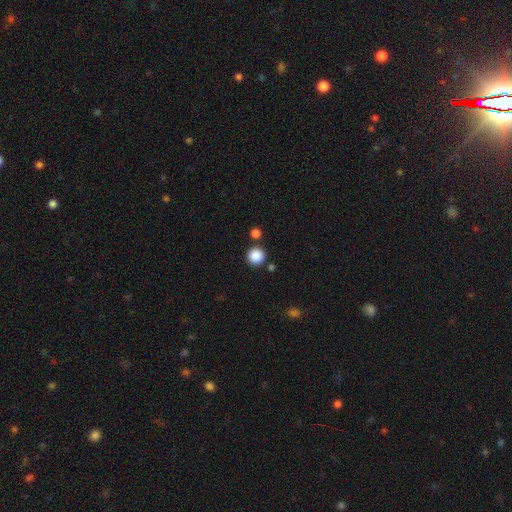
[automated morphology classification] This is clearly a smooth galaxy (88%). How rounded: clearly round (94%). Merging: clearly none (84%).